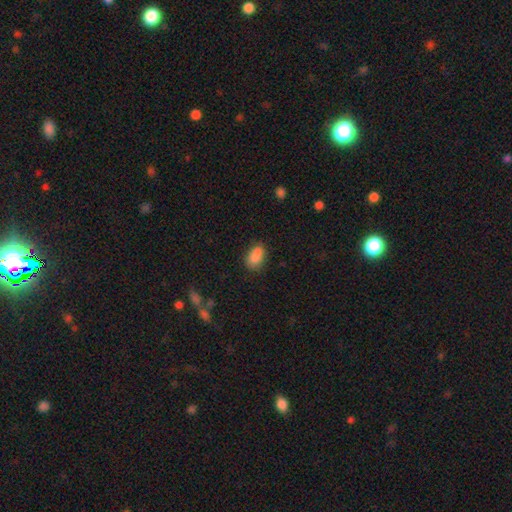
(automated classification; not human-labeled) Q: Smooth or featured?
A: smooth (84%); runner-up: star or artifact (9%)
Q: How rounded?
A: in between (87%); runner-up: round (11%)
Q: Merging?
A: none (63%); runner-up: minor disturbance (21%)